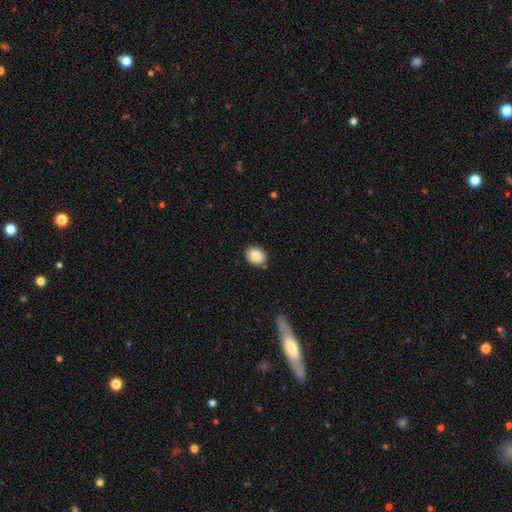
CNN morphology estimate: type=smooth (84%); roundness=round (58%); merging=none (85%).